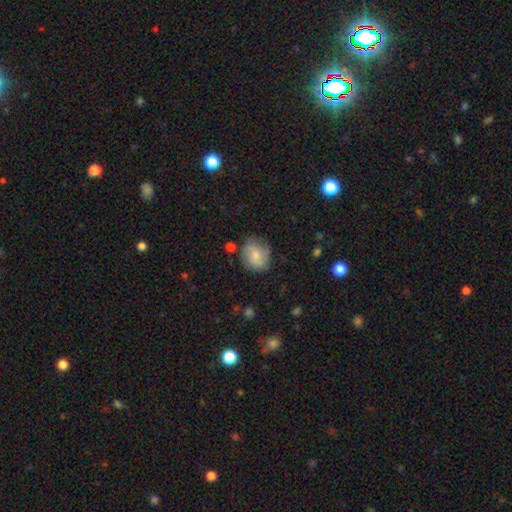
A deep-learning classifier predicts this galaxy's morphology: The model was most divided on "smooth or featured": smooth: 62%, featured or disk: 31%, star or artifact: 8%. More confident: how rounded — round (75%); merging — none (65%).